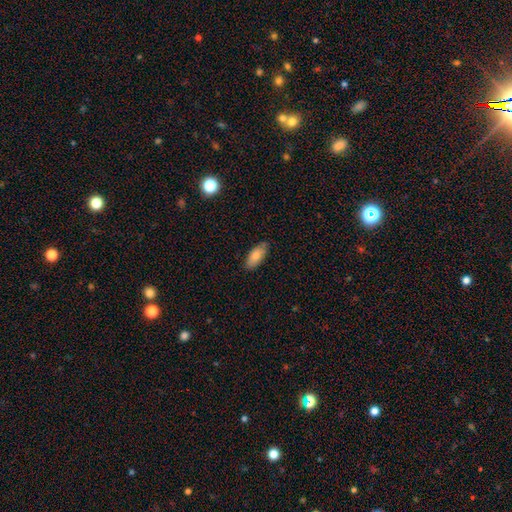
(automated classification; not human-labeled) Smooth or featured: smooth — 82% (featured or disk — 12%)
How rounded: in between — 86% (cigar-shaped — 12%)
Merging: none — 79% (minor disturbance — 17%)